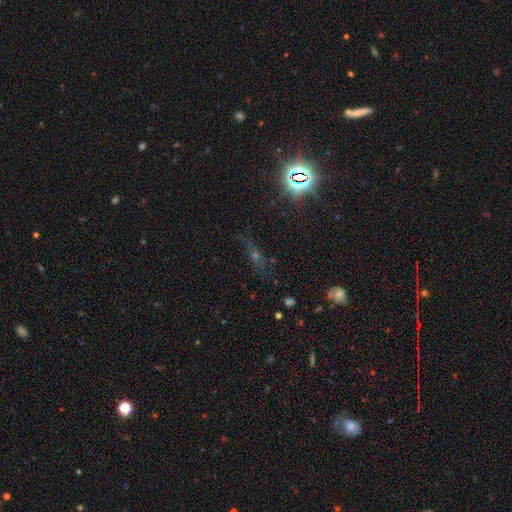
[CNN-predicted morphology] Smooth or featured? star or artifact (52%)